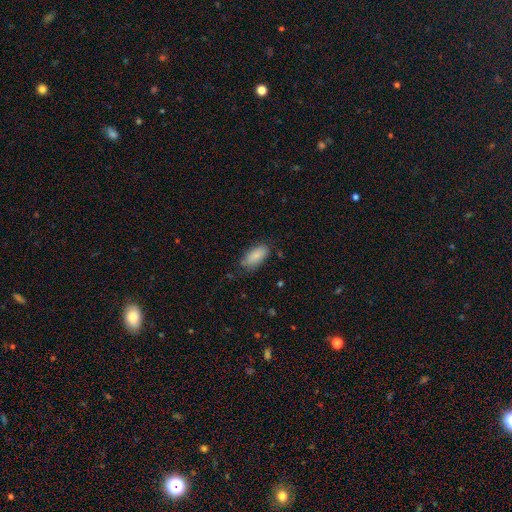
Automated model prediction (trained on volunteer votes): smooth 86%, featured or disk 7%, star or artifact 7%. Down the decision tree: how rounded — in between (89%); merging — none (72%).